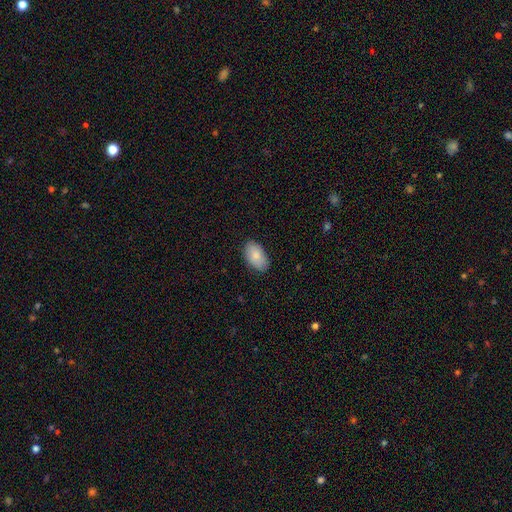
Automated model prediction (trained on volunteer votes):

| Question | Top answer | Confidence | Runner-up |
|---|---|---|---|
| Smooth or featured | smooth | 83% | featured or disk (10%) |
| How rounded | in between | 94% | round (5%) |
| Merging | none | 84% | minor disturbance (13%) |